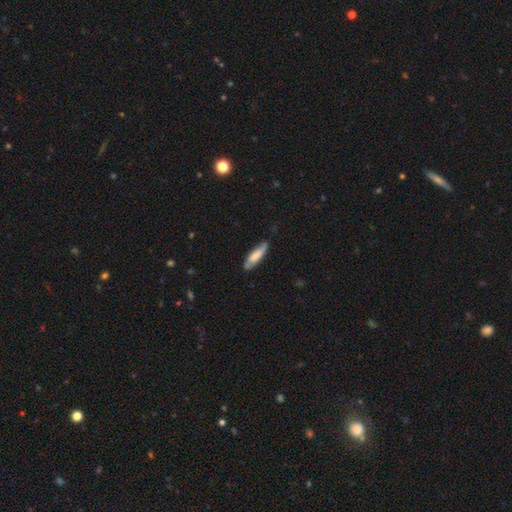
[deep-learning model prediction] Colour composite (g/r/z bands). It shows a smooth galaxy with no disk features (68%) that is cigar-shaped (61%). Merging: none (71%).